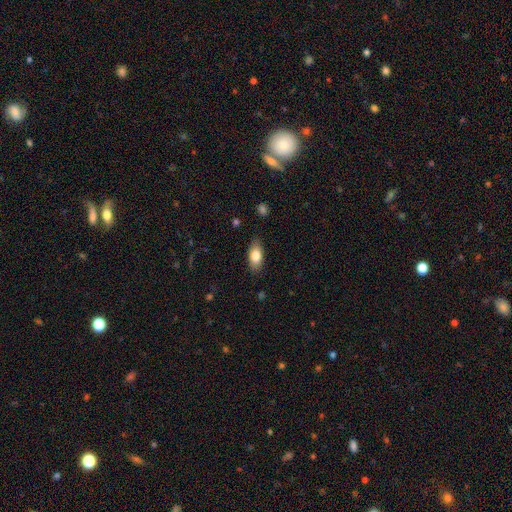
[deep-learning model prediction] This appears to be a smooth galaxy with no disk features (80%) that is in between round and cigar-shaped (89%). Merging: none (85%).